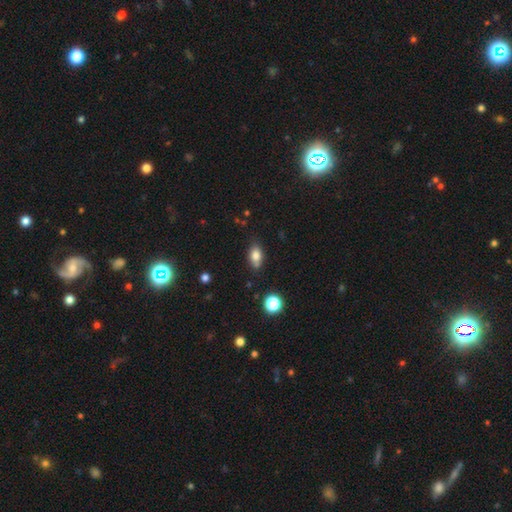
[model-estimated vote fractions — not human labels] Smooth or featured?
  - smooth: 80% *
  - star or artifact: 10%
  - featured or disk: 10%
How rounded?
  - in between: 84% *
  - round: 12%
  - cigar-shaped: 4%
Merging?
  - none: 75% *
  - minor disturbance: 18%
  - merger: 5%
  - major disturbance: 3%